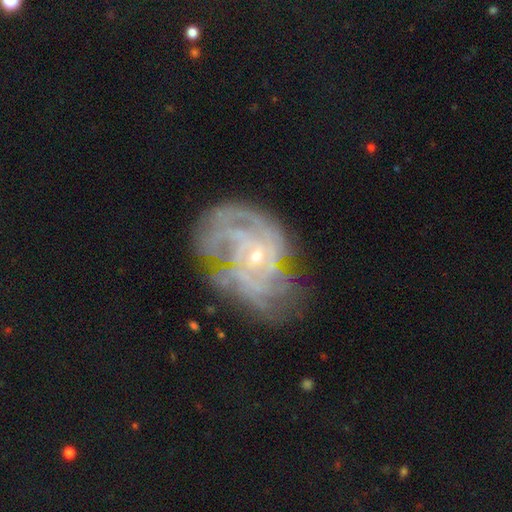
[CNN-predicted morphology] Smooth or featured: featured or disk — 83% (smooth — 9%)
Edge-on disk: no — 97% (yes — 3%)
Bar: no — 67% (weak — 27%)
Spiral arms: yes — 88% (no — 12%)
Spiral winding: tight — 56% (medium — 33%)
Spiral arm count: can't tell — 41% (4 — 17%)
Bulge size: small — 76% (moderate — 19%)
Merging: none — 52% (minor disturbance — 23%)